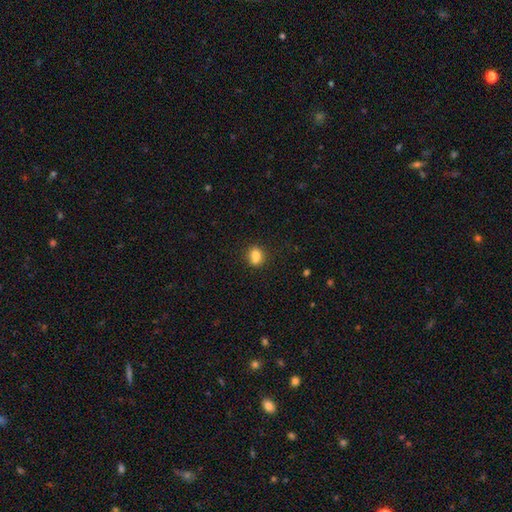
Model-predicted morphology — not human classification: Smooth or featured? smooth (79%)
How rounded? round (58%)
Merging? none (59%)